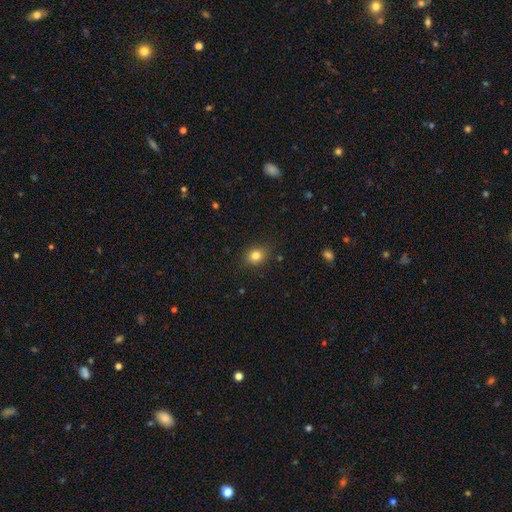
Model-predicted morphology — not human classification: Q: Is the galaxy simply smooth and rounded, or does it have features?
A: smooth — 81%.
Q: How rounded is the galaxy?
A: round — 61%.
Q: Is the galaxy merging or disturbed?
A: none — 85%.